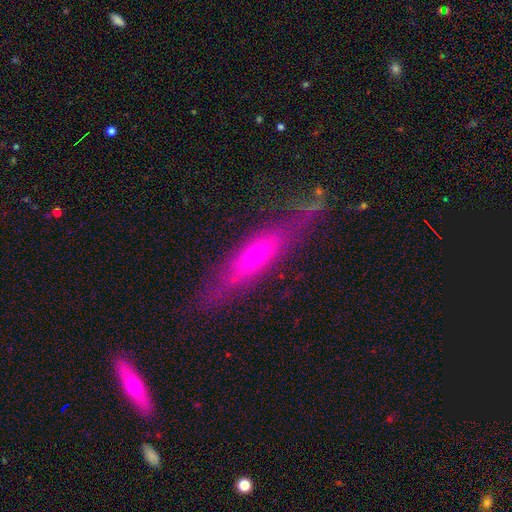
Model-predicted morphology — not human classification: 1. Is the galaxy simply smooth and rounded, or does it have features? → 47% featured or disk, 43% smooth, 11% star or artifact.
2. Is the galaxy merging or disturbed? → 64% none, 18% minor disturbance, 13% major disturbance, 5% merger.